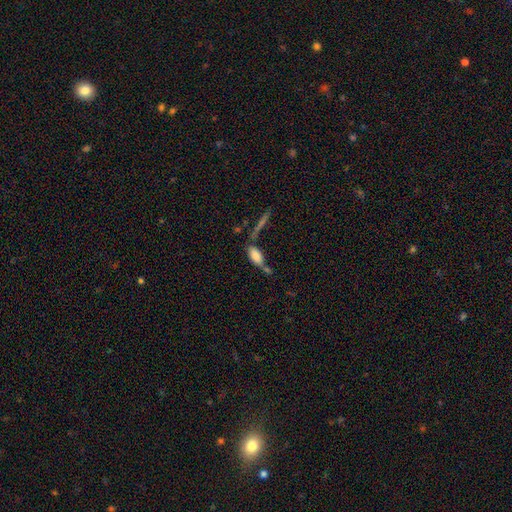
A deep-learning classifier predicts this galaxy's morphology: type=smooth (76%); roundness=in between (82%); merging=none (45%).